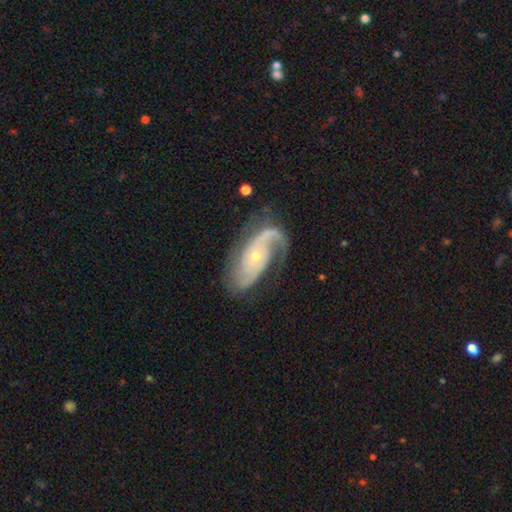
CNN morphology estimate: featured or disk 88%, smooth 7%, star or artifact 5%. Down the decision tree: edge-on disk — no (95%); bar — no (71%); spiral arms — yes (96%); spiral arm count — 2 (61%); spiral winding — medium (45%); bulge size — small (63%); merging — none (62%).